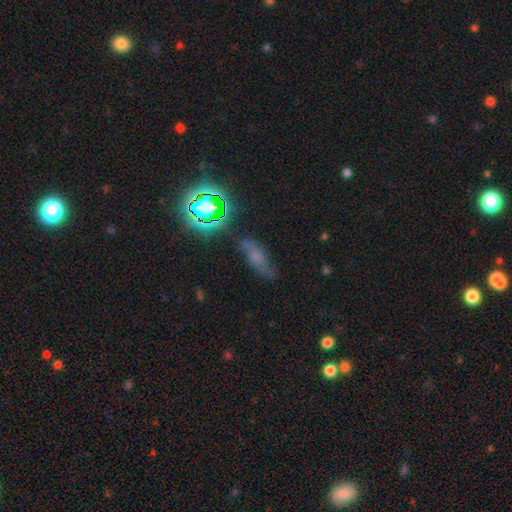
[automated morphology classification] A smooth galaxy with no disk features (43%).

Vote fractions:
- Smooth or featured? smooth: 43% / featured or disk: 30% / star or artifact: 28%
- Merging? none: 64% / minor disturbance: 23% / major disturbance: 9% / merger: 4%